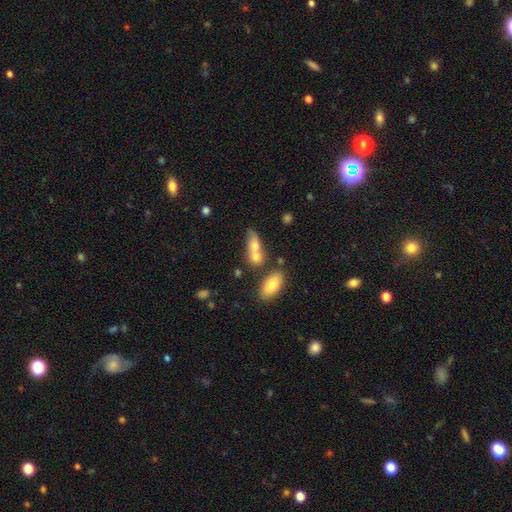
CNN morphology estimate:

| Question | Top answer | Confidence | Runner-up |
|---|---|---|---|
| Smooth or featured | smooth | 67% | featured or disk (22%) |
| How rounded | in between | 72% | cigar-shaped (15%) |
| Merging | merger | 45% | none (37%) |